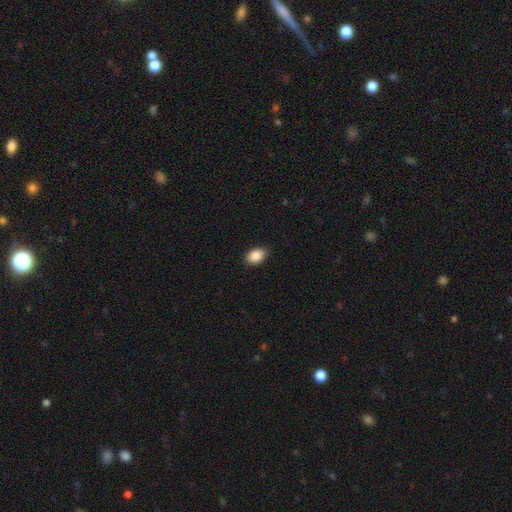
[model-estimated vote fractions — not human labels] smooth 88%, star or artifact 8%, featured or disk 5%. Down the decision tree: how rounded — in between (85%); merging — none (83%).